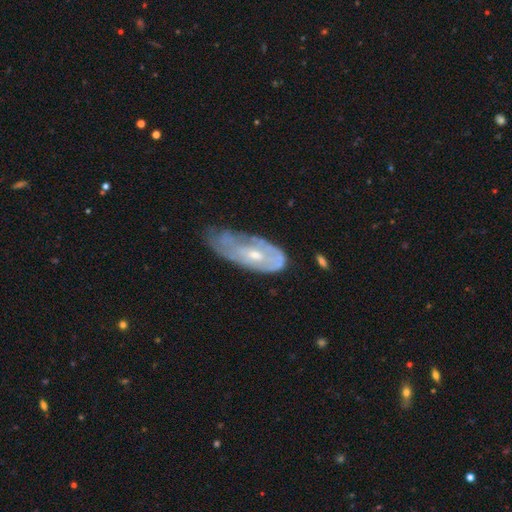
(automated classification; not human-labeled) A featured or disk galaxy (73%) with no bar (67%), tight (60%) spiral arms (79%) and a small central bulge (57%).

Vote fractions:
- Smooth or featured? featured or disk: 73% / smooth: 18% / star or artifact: 9%
- Edge-on disk? no: 89% / yes: 11%
- Bar? no: 67% / weak: 26% / strong: 7%
- Spiral arms? yes: 79% / no: 21%
- Spiral winding? tight: 60% / medium: 29% / loose: 11%
- Spiral arm count? can't tell: 46% / 2: 29% / 1: 11% / 3: 8% / 4: 3% / more than 4: 3%
- Bulge size? small: 57% / moderate: 39% / none: 2% / large: 1% / dominant: 1%
- Merging? none: 54% / minor disturbance: 30% / major disturbance: 14% / merger: 3%